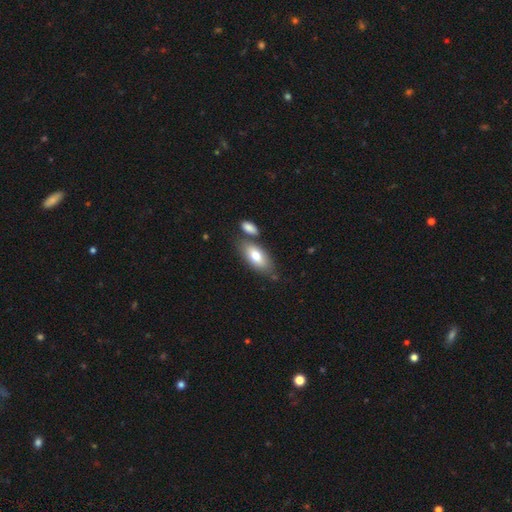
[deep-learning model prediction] Smooth or featured?
  - smooth: 77% *
  - featured or disk: 18%
  - star or artifact: 6%
How rounded?
  - in between: 87% *
  - cigar-shaped: 10%
  - round: 3%
Merging?
  - none: 62% *
  - merger: 21%
  - minor disturbance: 14%
  - major disturbance: 4%